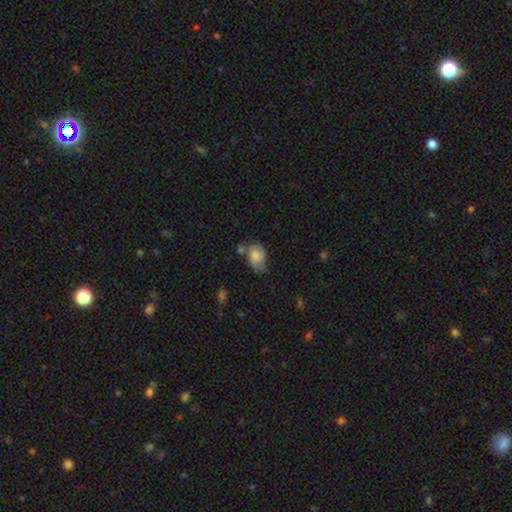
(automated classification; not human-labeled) smooth-or-featured: smooth: 79% | featured or disk: 13% | star or artifact: 8%
  how-rounded: in between: 71% | round: 28% | cigar-shaped: 1%
  merging: none: 40% | minor disturbance: 34% | merger: 15% | major disturbance: 11%